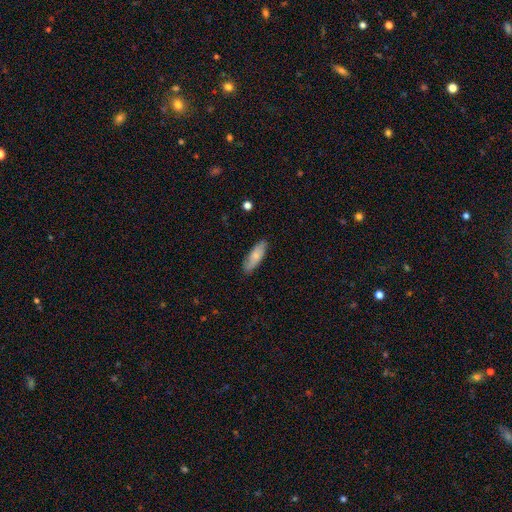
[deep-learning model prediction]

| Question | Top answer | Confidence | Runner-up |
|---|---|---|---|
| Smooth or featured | smooth | 73% | featured or disk (21%) |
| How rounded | in between | 51% | cigar-shaped (47%) |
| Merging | none | 83% | minor disturbance (13%) |